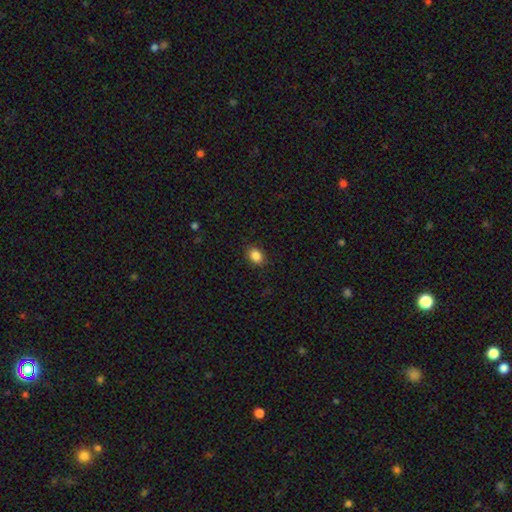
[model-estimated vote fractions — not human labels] Smooth or featured?
  - smooth: 87% *
  - star or artifact: 9%
  - featured or disk: 4%
How rounded?
  - in between: 63% *
  - round: 36%
  - cigar-shaped: 1%
Merging?
  - none: 89% *
  - minor disturbance: 8%
  - major disturbance: 2%
  - merger: 1%